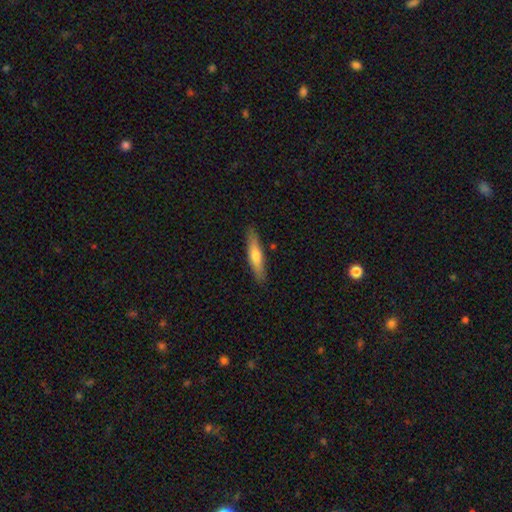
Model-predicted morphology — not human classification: type=smooth (59%); roundness=cigar-shaped (86%); merging=none (89%).